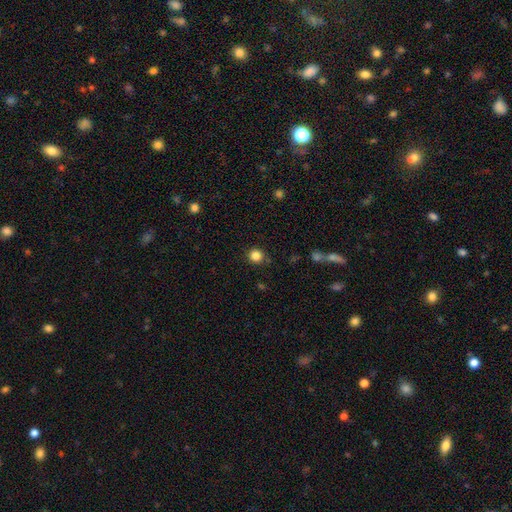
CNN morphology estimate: smooth 84%, star or artifact 12%, featured or disk 4%. Down the decision tree: how rounded — round (93%); merging — none (88%).